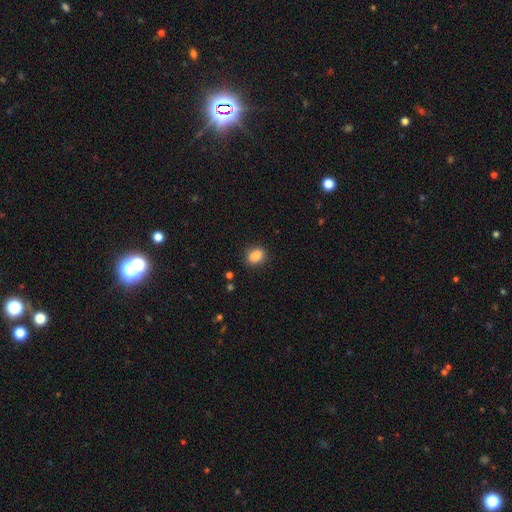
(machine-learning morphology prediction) A smooth galaxy with no disk features (86%) that is in between round and cigar-shaped (63%).

Vote fractions:
- Smooth or featured? smooth: 86% / star or artifact: 9% / featured or disk: 5%
- How rounded? in between: 63% / round: 35% / cigar-shaped: 1%
- Merging? none: 87% / minor disturbance: 9% / major disturbance: 2% / merger: 1%